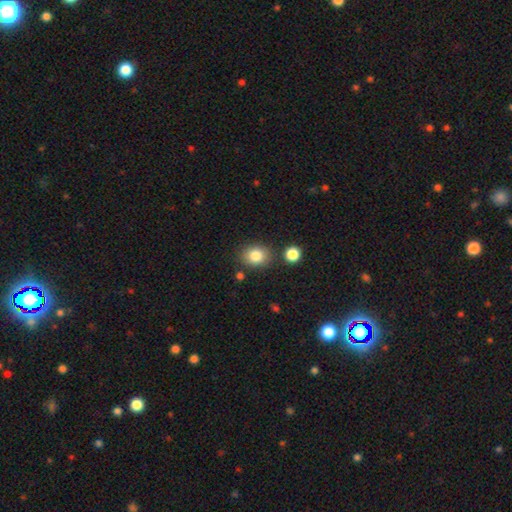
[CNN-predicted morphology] Smooth or featured? smooth (83%)
How rounded? round (52%)
Merging? none (80%)